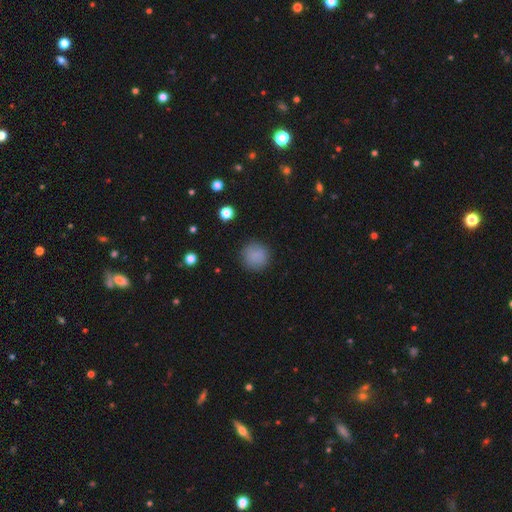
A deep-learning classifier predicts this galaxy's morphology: Smooth or featured?
  - smooth: 84% *
  - star or artifact: 10%
  - featured or disk: 5%
How rounded?
  - round: 93% *
  - in between: 6%
  - cigar-shaped: 1%
Merging?
  - none: 86% *
  - minor disturbance: 9%
  - major disturbance: 3%
  - merger: 1%